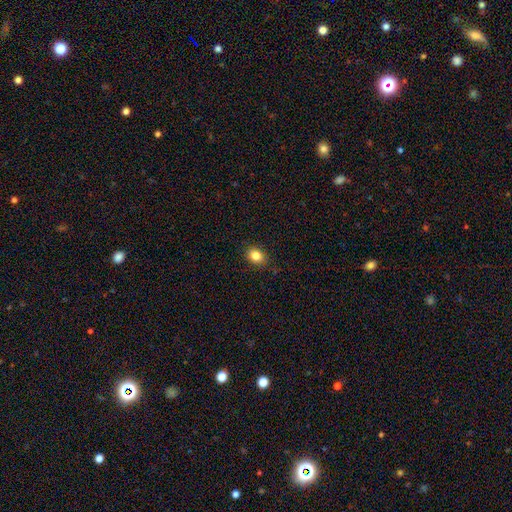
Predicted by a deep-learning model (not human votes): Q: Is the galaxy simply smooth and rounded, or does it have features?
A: smooth — 84%.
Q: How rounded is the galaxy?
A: in between — 58%.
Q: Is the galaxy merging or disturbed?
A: none — 87%.